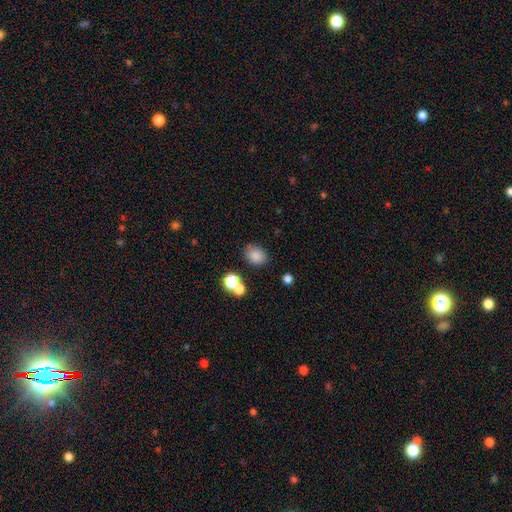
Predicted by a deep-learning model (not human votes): Overall: smooth (82%). How rounded: in between (59%; round 40%). Merging: none (75%).